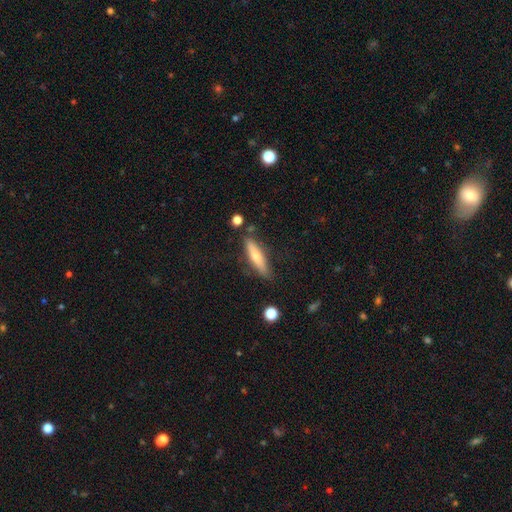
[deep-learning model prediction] Smooth or featured?
  - smooth: 60% *
  - featured or disk: 34%
  - star or artifact: 6%
How rounded?
  - cigar-shaped: 78% *
  - in between: 21%
  - round: 2%
Merging?
  - none: 77% *
  - minor disturbance: 15%
  - merger: 4%
  - major disturbance: 4%